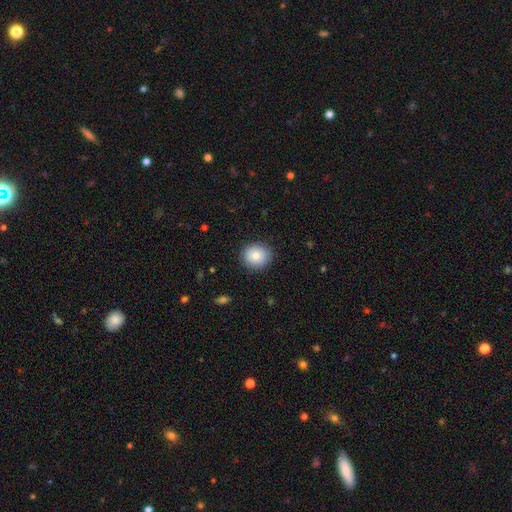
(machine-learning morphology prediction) smooth_or_featured: smooth (p=0.81) [alt: featured or disk p=0.10]
how_rounded: round (p=0.86) [alt: in between p=0.13]
merging: none (p=0.88) [alt: minor disturbance p=0.09]